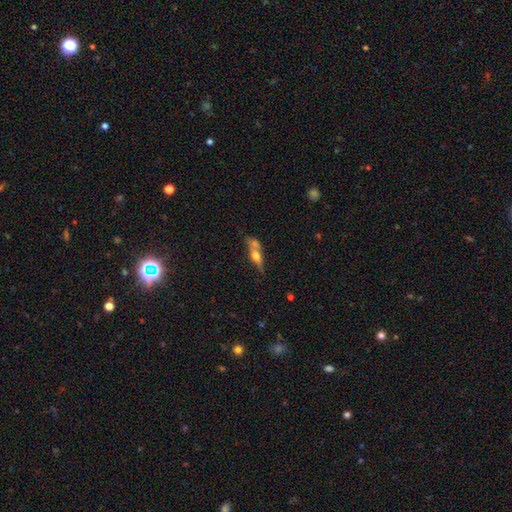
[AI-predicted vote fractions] Q: Smooth or featured?
A: featured or disk (51%); runner-up: smooth (41%)
Q: Edge-on disk?
A: yes (80%); runner-up: no (20%)
Q: Merging?
A: none (40%); runner-up: merger (38%)